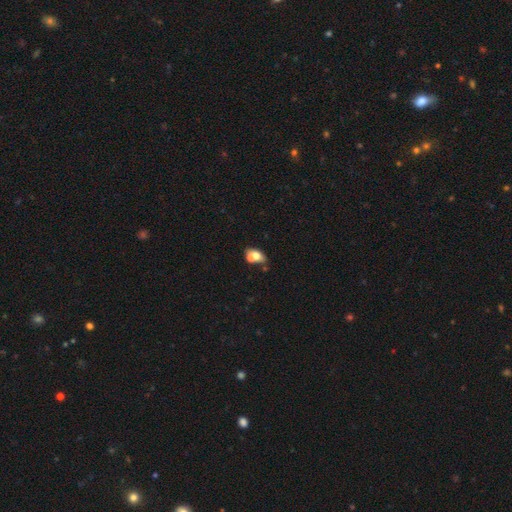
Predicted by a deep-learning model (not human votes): Smooth or featured: smooth — 65% (featured or disk — 25%)
How rounded: in between — 74% (round — 24%)
Merging: merger — 56% (none — 28%)